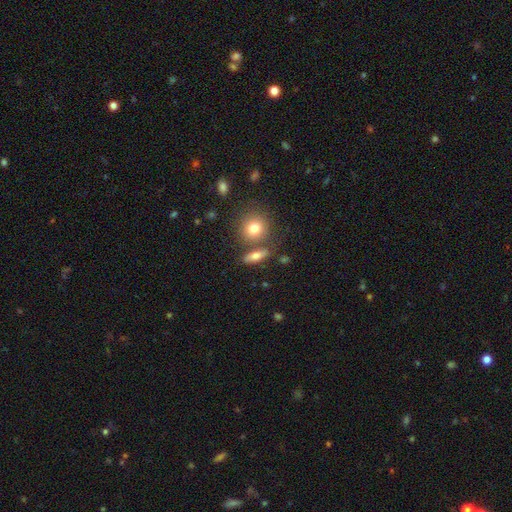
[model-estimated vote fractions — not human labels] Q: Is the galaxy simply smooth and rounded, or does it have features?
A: smooth — 72%.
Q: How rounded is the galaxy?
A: in between — 54%.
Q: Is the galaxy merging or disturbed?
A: none — 71%.